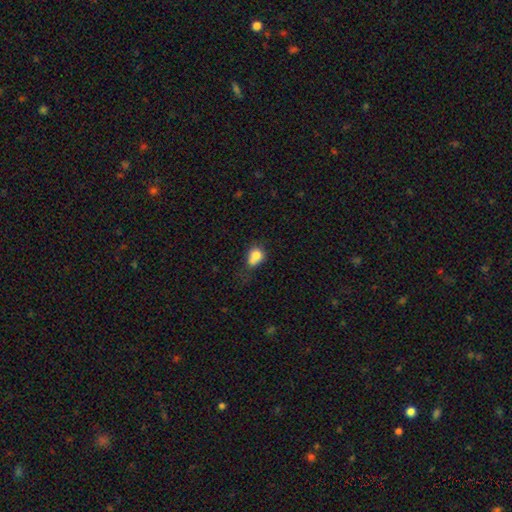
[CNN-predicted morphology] A smooth galaxy with no disk features (77%) that is round (58%). Merging: none (35%).